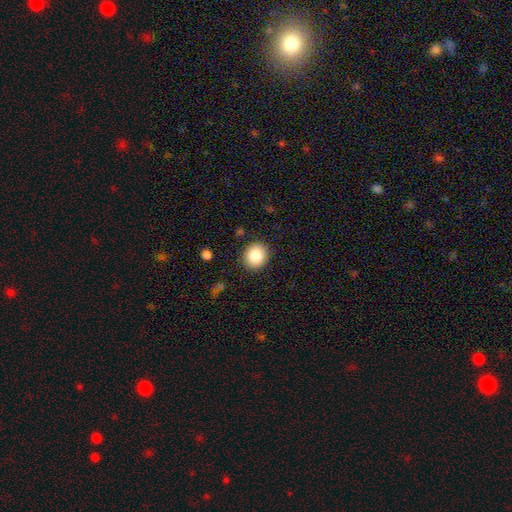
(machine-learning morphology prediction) Overall: smooth (86%). How rounded: round (79%). Merging: none (89%).